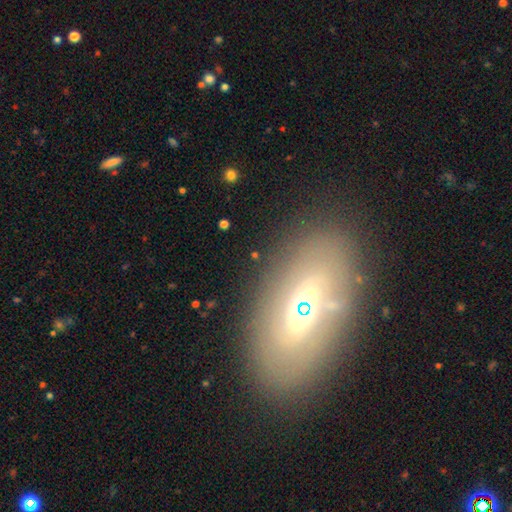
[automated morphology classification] This is possibly a featured or disk galaxy (47%). Merging: clearly none (81%).